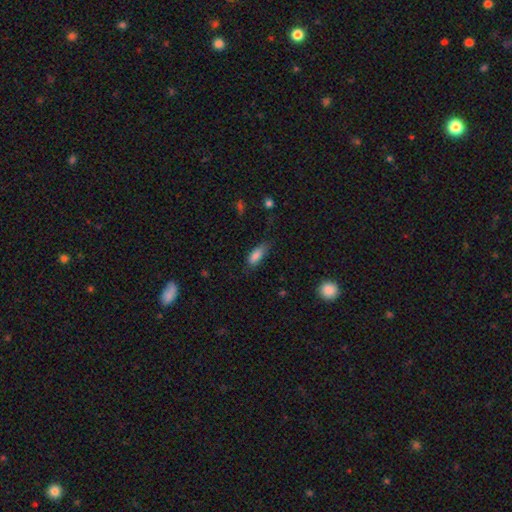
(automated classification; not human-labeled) A smooth galaxy with no disk features (84%) that is in between round and cigar-shaped (77%).

Vote fractions:
- Smooth or featured? smooth: 84% / featured or disk: 8% / star or artifact: 8%
- How rounded? in between: 77% / cigar-shaped: 20% / round: 2%
- Merging? none: 61% / minor disturbance: 30% / major disturbance: 8% / merger: 2%